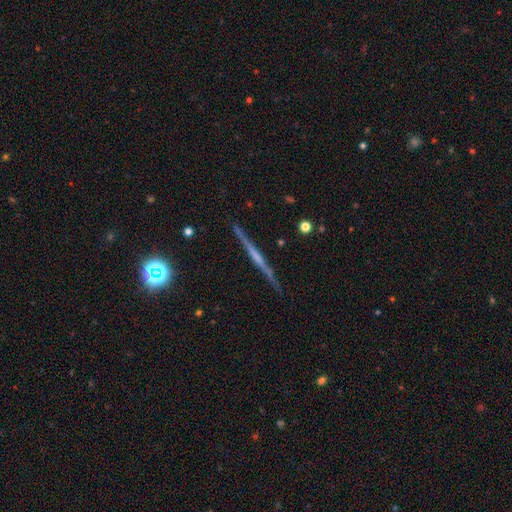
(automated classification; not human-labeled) featured or disk 72%, smooth 20%, star or artifact 9%. Down the decision tree: edge-on disk — yes (98%); edge-on bulge — none (54%); merging — none (89%).